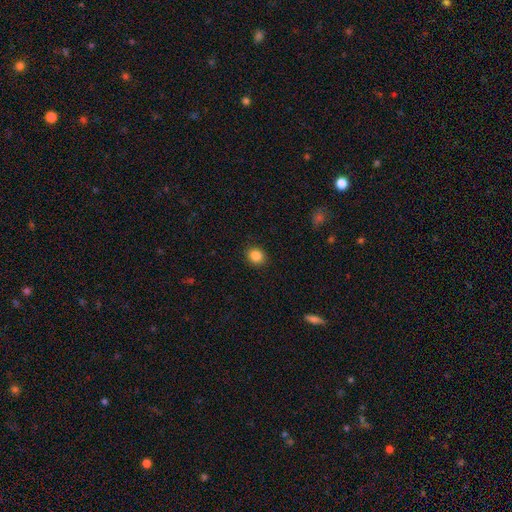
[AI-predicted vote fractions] Morphology: type=smooth (86%); roundness=round (73%); merging=none (90%).